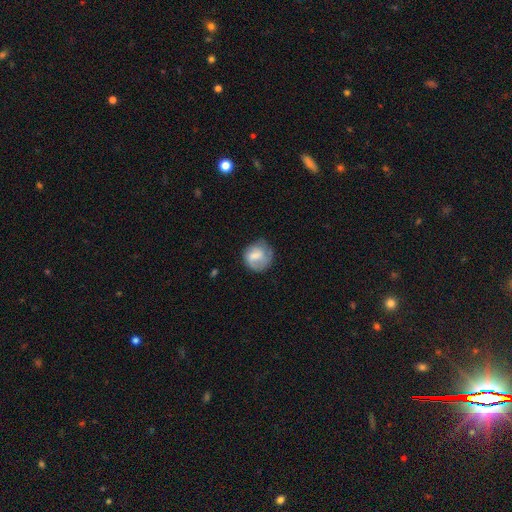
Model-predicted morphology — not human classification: A smooth galaxy with no disk features (67%) that is round (82%).

Vote fractions:
- Smooth or featured? smooth: 67% / featured or disk: 25% / star or artifact: 7%
- How rounded? round: 82% / in between: 17% / cigar-shaped: 1%
- Merging? none: 57% / minor disturbance: 27% / major disturbance: 14% / merger: 2%